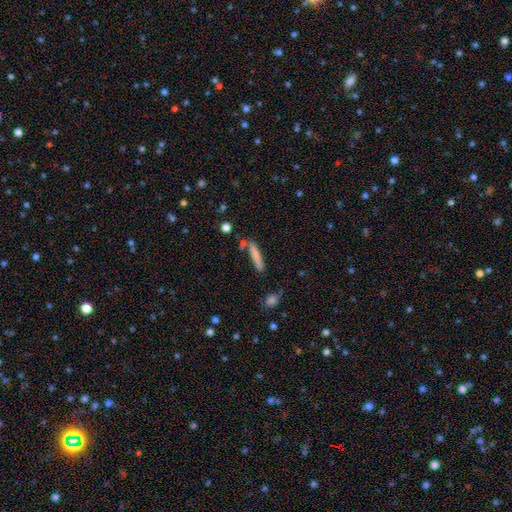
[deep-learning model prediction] A smooth galaxy with no disk features (76%) that is cigar-shaped (91%).

Vote fractions:
- Smooth or featured? smooth: 76% / featured or disk: 17% / star or artifact: 7%
- How rounded? cigar-shaped: 91% / in between: 8% / round: 2%
- Merging? none: 79% / minor disturbance: 12% / merger: 6% / major disturbance: 3%